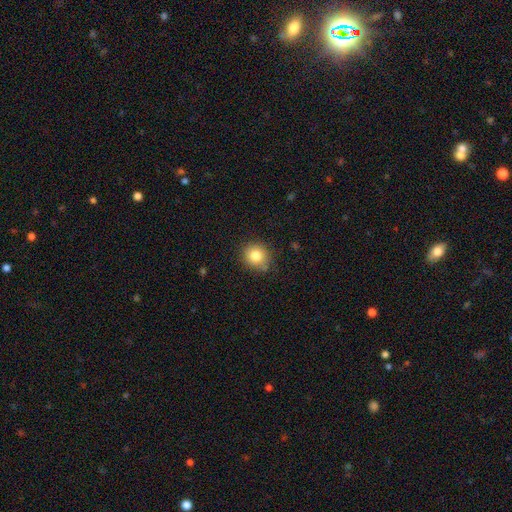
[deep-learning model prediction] smooth-or-featured: smooth: 82% | star or artifact: 10% | featured or disk: 7%
  how-rounded: round: 87% | in between: 12% | cigar-shaped: 1%
  merging: none: 82% | minor disturbance: 12% | major disturbance: 3% | merger: 3%